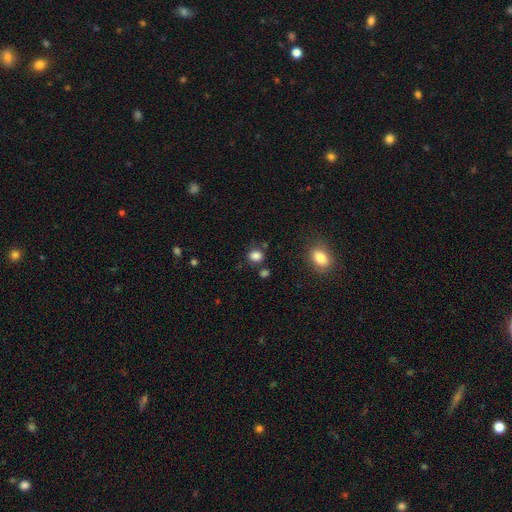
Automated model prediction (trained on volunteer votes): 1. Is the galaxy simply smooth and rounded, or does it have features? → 84% smooth, 12% star or artifact, 4% featured or disk.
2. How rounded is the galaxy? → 65% round, 34% in between, 1% cigar-shaped.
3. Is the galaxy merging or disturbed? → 77% none, 13% minor disturbance, 6% merger, 4% major disturbance.